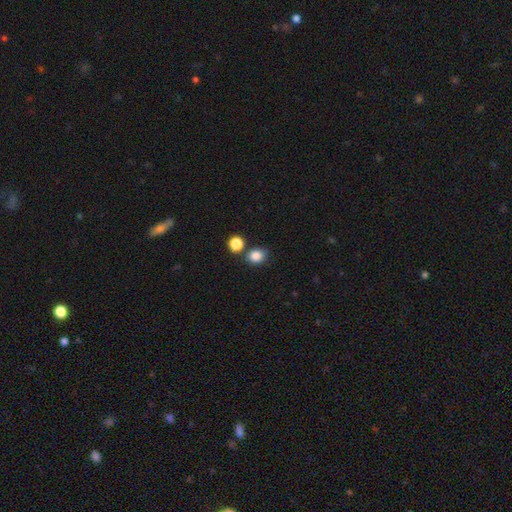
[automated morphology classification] A smooth galaxy with no disk features (85%) that is round (63%). Merging: none (72%).